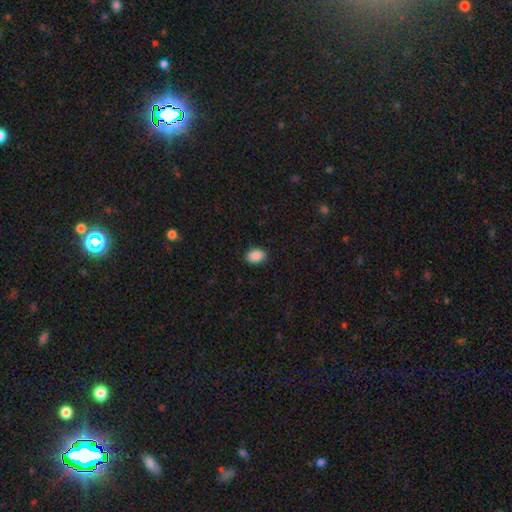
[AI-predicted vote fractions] Q: Smooth or featured?
A: smooth (89%); runner-up: star or artifact (8%)
Q: How rounded?
A: in between (79%); runner-up: round (20%)
Q: Merging?
A: none (89%); runner-up: minor disturbance (8%)